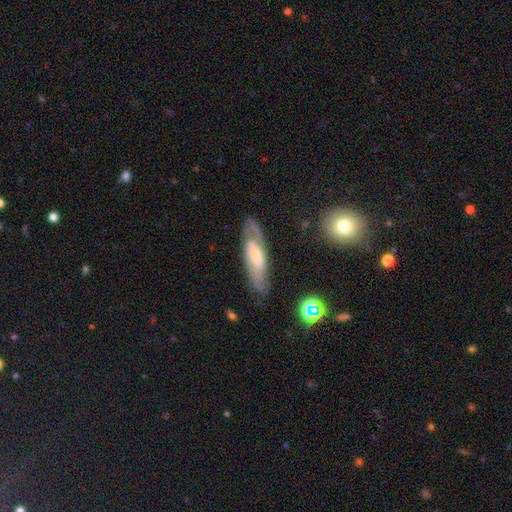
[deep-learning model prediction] featured or disk 72%, smooth 22%, star or artifact 7%. Down the decision tree: edge-on disk — no (78%); bar — weak (43%); spiral arms — yes (81%); bulge size — moderate (48%); merging — none (77%).